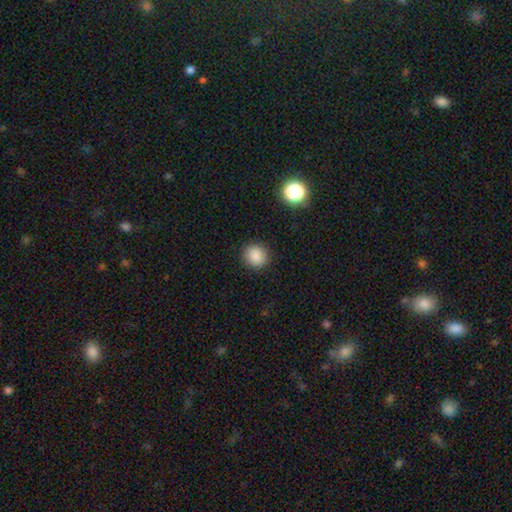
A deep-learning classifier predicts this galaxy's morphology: The model was most divided on "how rounded": round: 83%, in between: 16%, cigar-shaped: 1%. More confident: merging — none (90%); smooth or featured — smooth (86%).